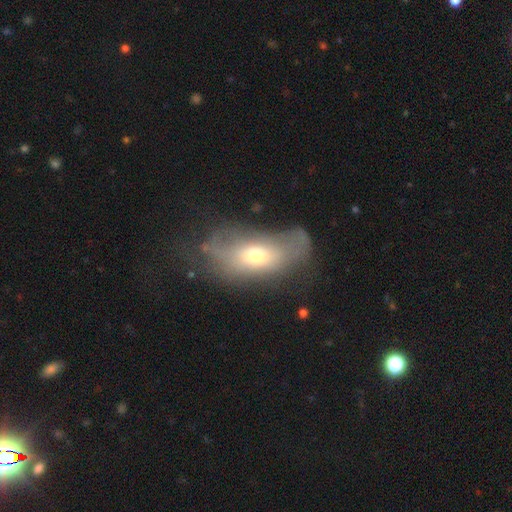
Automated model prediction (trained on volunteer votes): Smooth or featured: smooth — 52% (featured or disk — 38%)
How rounded: in between — 84% (round — 8%)
Merging: major disturbance — 38% (none — 32%)